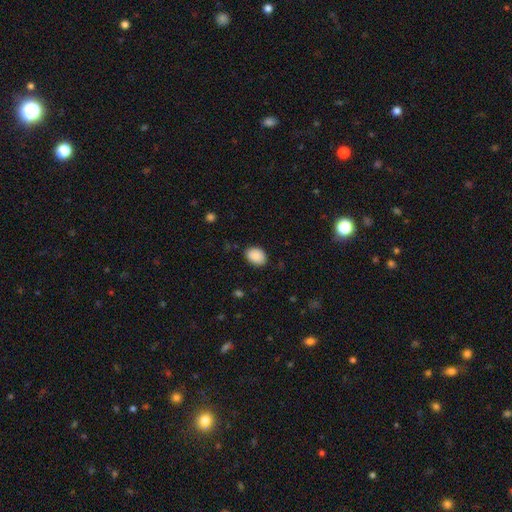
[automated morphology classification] Overall: smooth (89%). How rounded: in between (73%). Merging: none (85%).